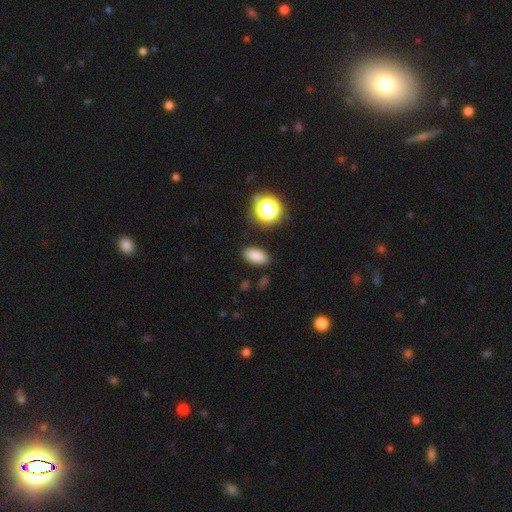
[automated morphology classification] Smooth or featured?
  - smooth: 83% *
  - star or artifact: 12%
  - featured or disk: 4%
How rounded?
  - in between: 88% *
  - round: 7%
  - cigar-shaped: 4%
Merging?
  - none: 87% *
  - minor disturbance: 8%
  - major disturbance: 3%
  - merger: 2%